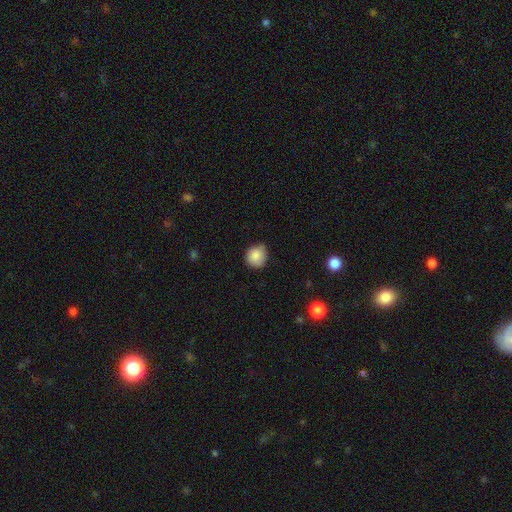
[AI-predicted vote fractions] Q: Smooth or featured?
A: smooth (84%); runner-up: star or artifact (9%)
Q: How rounded?
A: round (89%); runner-up: in between (10%)
Q: Merging?
A: none (73%); runner-up: minor disturbance (22%)